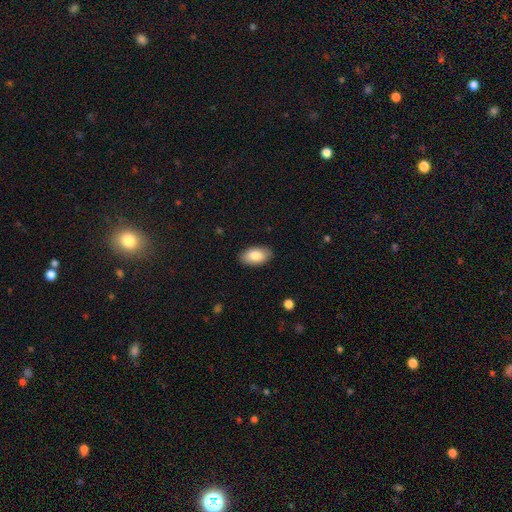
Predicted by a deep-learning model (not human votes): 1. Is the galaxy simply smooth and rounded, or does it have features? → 84% smooth, 9% featured or disk, 6% star or artifact.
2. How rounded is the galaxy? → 94% in between, 4% round, 2% cigar-shaped.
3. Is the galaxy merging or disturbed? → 87% none, 10% minor disturbance, 2% major disturbance, 1% merger.